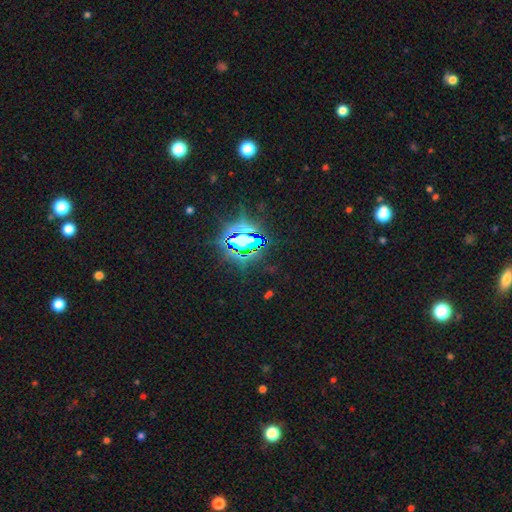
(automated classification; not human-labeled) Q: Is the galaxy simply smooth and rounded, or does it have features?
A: star or artifact — 80%.